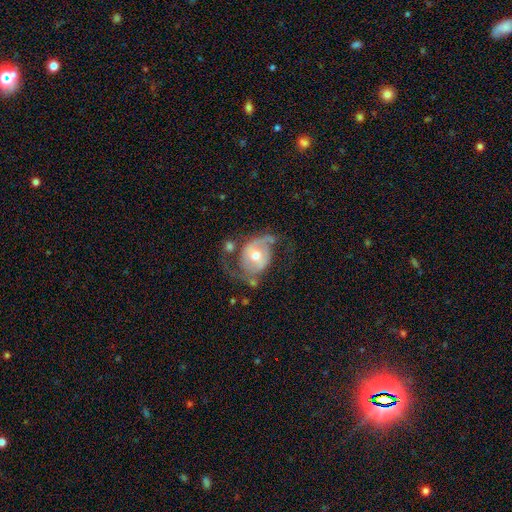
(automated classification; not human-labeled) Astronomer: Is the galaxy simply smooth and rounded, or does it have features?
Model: featured or disk — 80%.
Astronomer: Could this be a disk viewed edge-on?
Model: no — 97%.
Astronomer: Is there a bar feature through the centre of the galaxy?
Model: no — 47% (runner-up: weak, 37%).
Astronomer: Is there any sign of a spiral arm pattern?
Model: yes — 88%.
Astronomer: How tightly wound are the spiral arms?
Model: medium — 43% (runner-up: loose, 42%).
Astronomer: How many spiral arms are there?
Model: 2 — 85%.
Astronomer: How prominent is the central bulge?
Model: moderate — 65%.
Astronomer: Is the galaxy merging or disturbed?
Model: none — 52%.